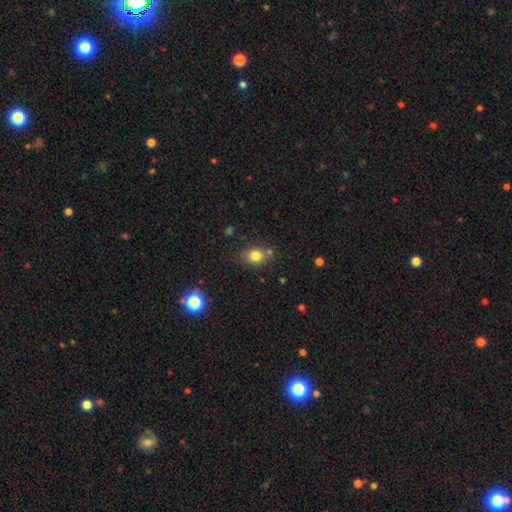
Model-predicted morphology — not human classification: Smooth or featured? smooth (80%)
How rounded? round (50%)
Merging? none (73%)